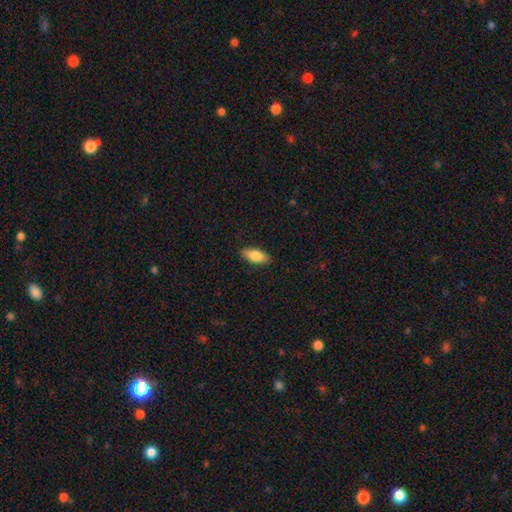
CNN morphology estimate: type=smooth (79%); roundness=in between (82%); merging=none (87%).